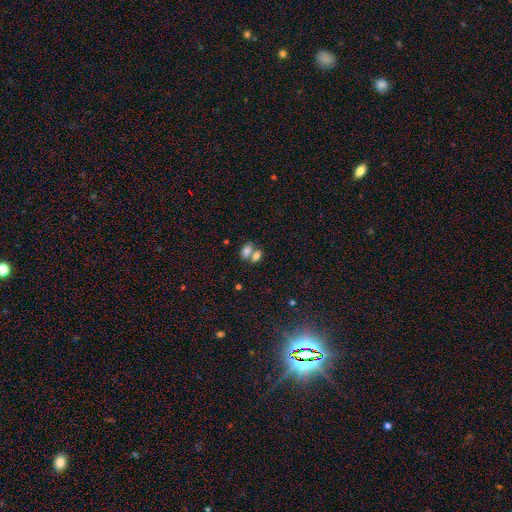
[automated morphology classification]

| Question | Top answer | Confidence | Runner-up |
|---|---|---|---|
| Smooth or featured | smooth | 79% | featured or disk (11%) |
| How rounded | in between | 87% | round (11%) |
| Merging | merger | 60% | none (29%) |